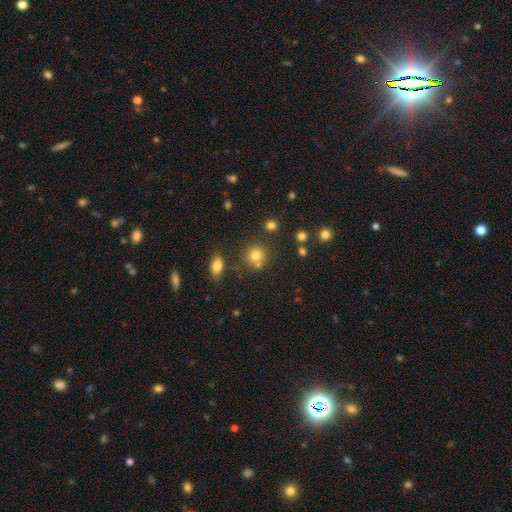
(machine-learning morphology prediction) Smooth or featured? smooth (77%)
How rounded? round (87%)
Merging? none (67%)